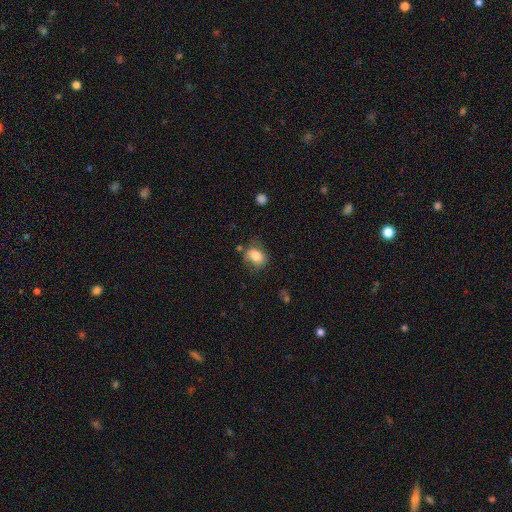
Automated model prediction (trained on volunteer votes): This is clearly a smooth galaxy (81%). How rounded: likely in between (61%). Merging: likely none (65%).